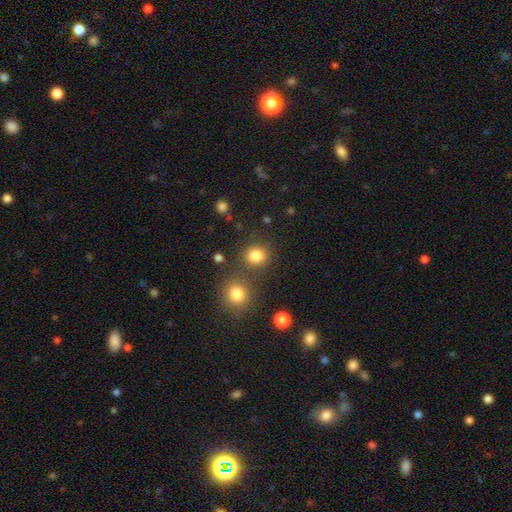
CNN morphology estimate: smooth 82%, star or artifact 13%, featured or disk 5%. Down the decision tree: how rounded — round (83%); merging — none (75%).